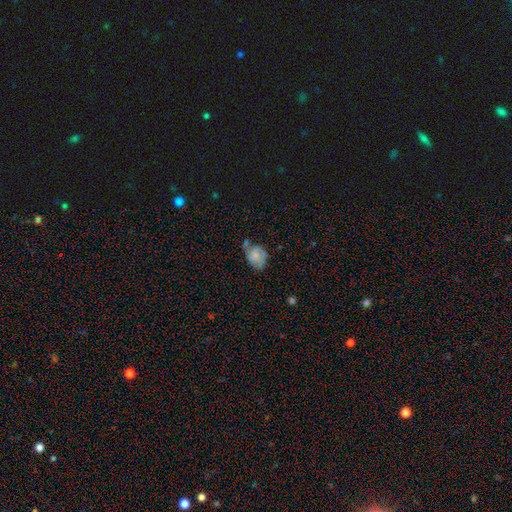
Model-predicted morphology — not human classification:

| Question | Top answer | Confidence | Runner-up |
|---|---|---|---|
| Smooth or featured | smooth | 60% | featured or disk (31%) |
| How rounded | in between | 61% | round (38%) |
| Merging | none | 39% | minor disturbance (33%) |